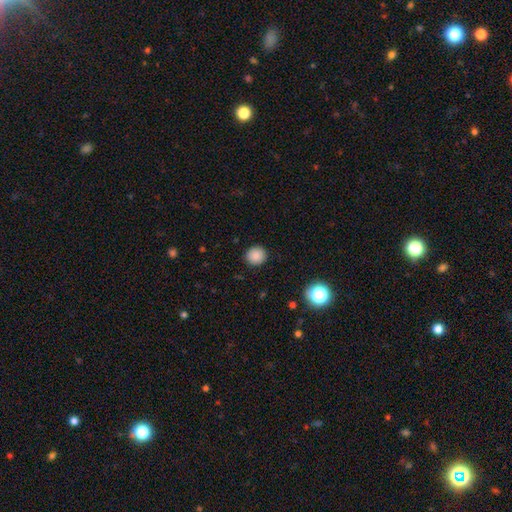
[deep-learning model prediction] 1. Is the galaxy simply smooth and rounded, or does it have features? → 86% smooth, 11% star or artifact, 3% featured or disk.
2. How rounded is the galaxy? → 89% round, 10% in between, 1% cigar-shaped.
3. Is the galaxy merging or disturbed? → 91% none, 6% minor disturbance, 2% major disturbance, 1% merger.